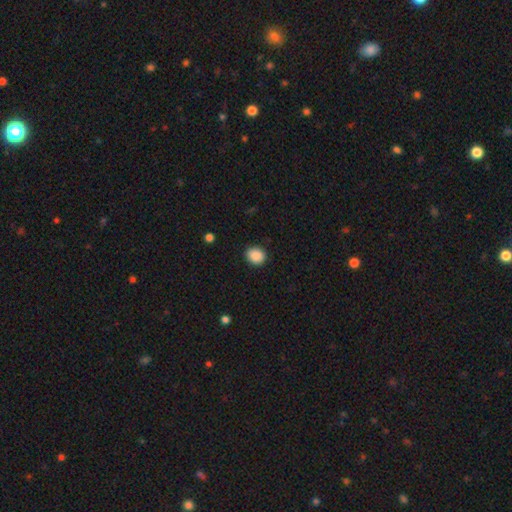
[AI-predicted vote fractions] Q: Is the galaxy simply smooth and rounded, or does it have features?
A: smooth — 89%.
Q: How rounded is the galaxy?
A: round — 66%.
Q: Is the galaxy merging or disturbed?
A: none — 89%.